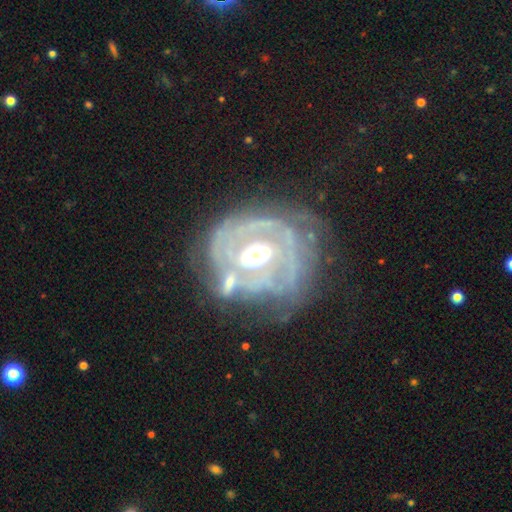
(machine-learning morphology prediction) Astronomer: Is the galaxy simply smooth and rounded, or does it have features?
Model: featured or disk — 84%.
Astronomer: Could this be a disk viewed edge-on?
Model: no — 97%.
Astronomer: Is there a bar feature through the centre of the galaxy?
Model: weak — 41% (runner-up: no, 31%).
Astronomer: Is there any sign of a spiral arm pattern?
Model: yes — 76%.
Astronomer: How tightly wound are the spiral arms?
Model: tight — 62%.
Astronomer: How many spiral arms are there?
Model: can't tell — 41% (runner-up: 2, 30%).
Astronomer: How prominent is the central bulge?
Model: moderate — 67%.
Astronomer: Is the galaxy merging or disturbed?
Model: none — 47% (runner-up: minor disturbance, 22%).